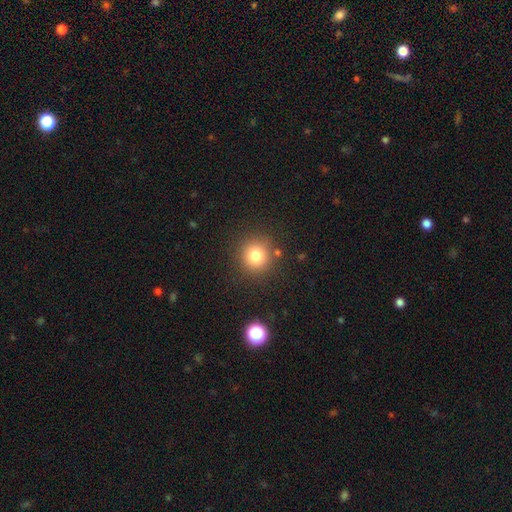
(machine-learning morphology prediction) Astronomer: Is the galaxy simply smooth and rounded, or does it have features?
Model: smooth — 78%.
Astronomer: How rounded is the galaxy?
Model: round — 92%.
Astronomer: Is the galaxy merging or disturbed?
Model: none — 86%.